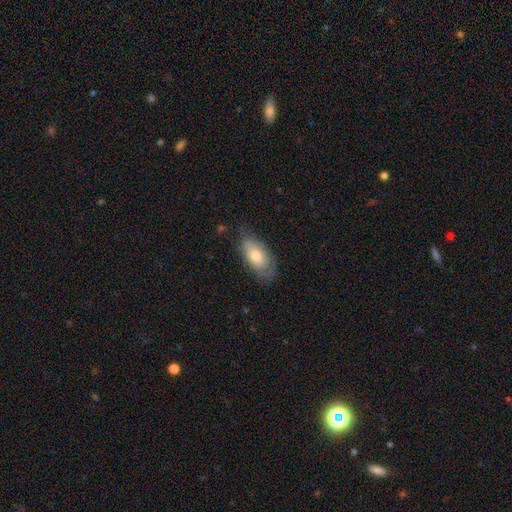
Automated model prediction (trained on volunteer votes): Q: Smooth or featured?
A: smooth (70%); runner-up: featured or disk (24%)
Q: How rounded?
A: in between (90%); runner-up: cigar-shaped (6%)
Q: Merging?
A: none (65%); runner-up: minor disturbance (26%)